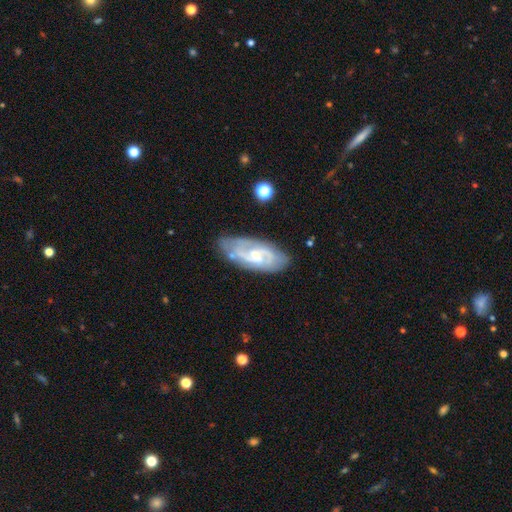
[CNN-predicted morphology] This appears to be a featured or disk galaxy (80%) with a weak bar (46%), 2 (63%) medium (45%) spiral arms (93%) and a small central bulge (57%). Merging: none (75%).